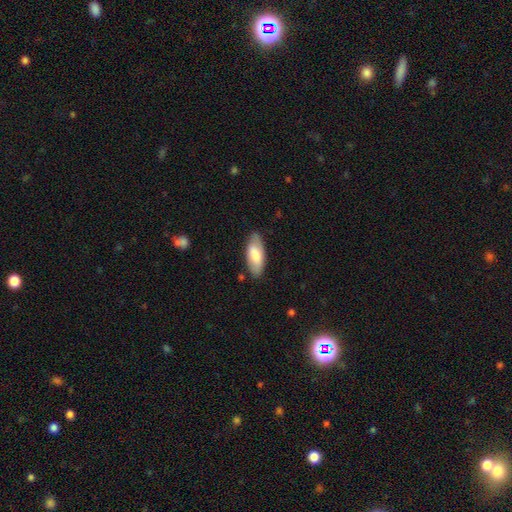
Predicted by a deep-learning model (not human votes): A smooth galaxy with no disk features (77%) that is in between round and cigar-shaped (83%). Merging: none (80%).